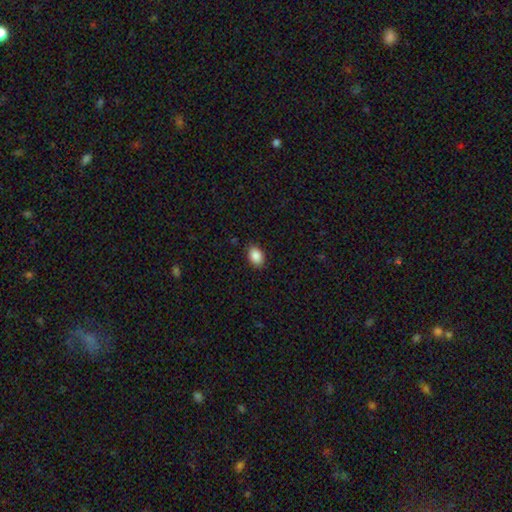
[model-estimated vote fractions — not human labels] Smooth or featured? smooth (88%)
How rounded? in between (79%)
Merging? none (87%)